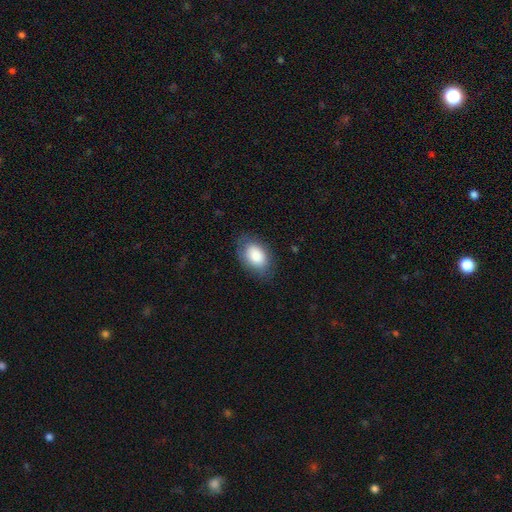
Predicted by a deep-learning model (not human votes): This is clearly a smooth galaxy (84%). How rounded: clearly in between (90%). Merging: likely none (78%).